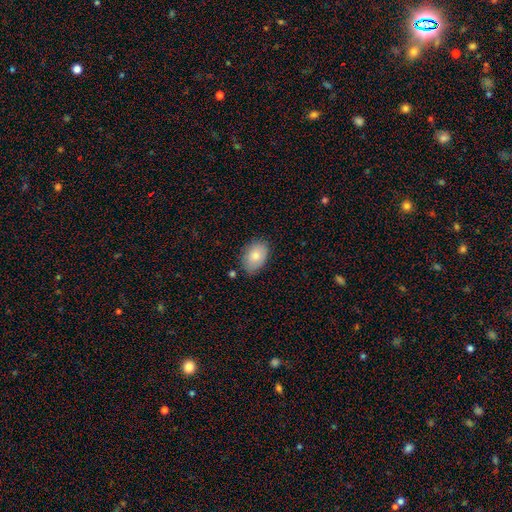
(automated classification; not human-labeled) Smooth or featured: smooth — 80% (featured or disk — 13%)
How rounded: in between — 87% (round — 12%)
Merging: none — 77% (minor disturbance — 18%)